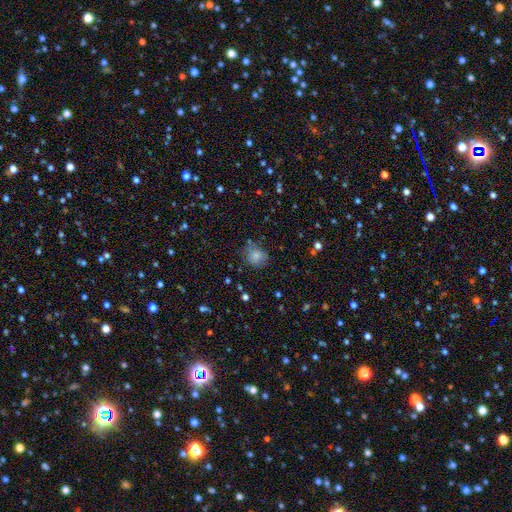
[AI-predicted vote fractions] A smooth galaxy with no disk features (79%) that is round (73%). Merging: none (68%).